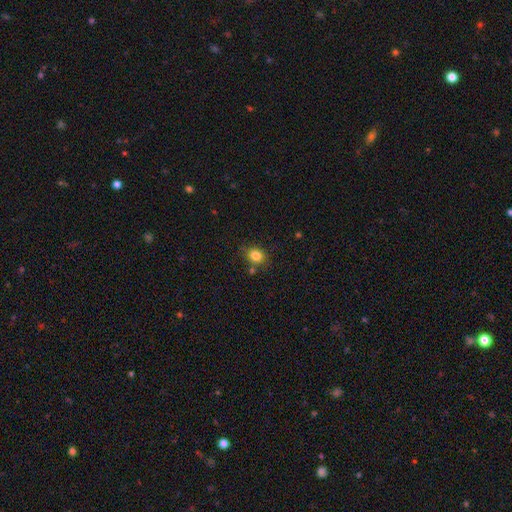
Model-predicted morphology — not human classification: Smooth or featured? smooth (83%)
How rounded? round (65%)
Merging? none (74%)